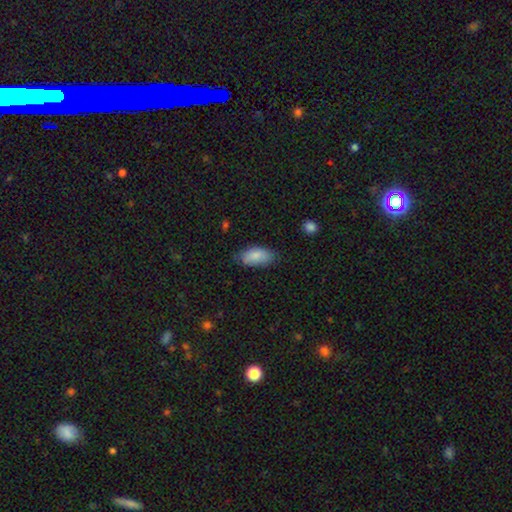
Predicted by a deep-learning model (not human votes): Smooth or featured? smooth (86%)
How rounded? in between (91%)
Merging? none (72%)